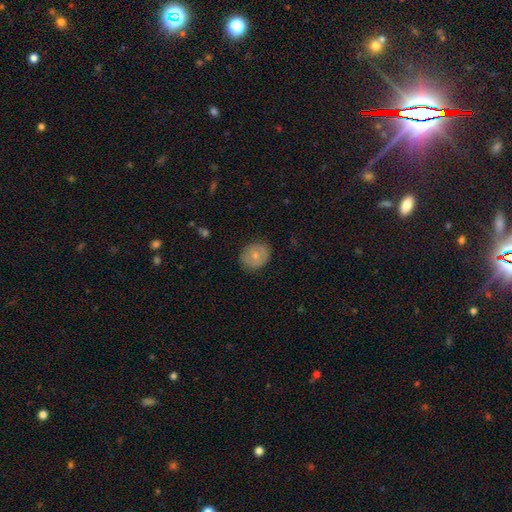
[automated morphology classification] This appears to be a smooth galaxy with no disk features (65%) that is round (64%). Merging: none (81%).